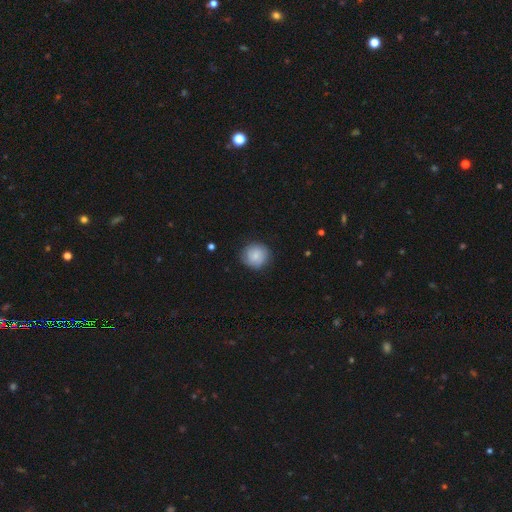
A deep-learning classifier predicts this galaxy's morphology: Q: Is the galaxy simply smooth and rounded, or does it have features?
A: smooth — 65%.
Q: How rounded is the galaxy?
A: round — 90%.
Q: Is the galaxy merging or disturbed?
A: none — 81%.